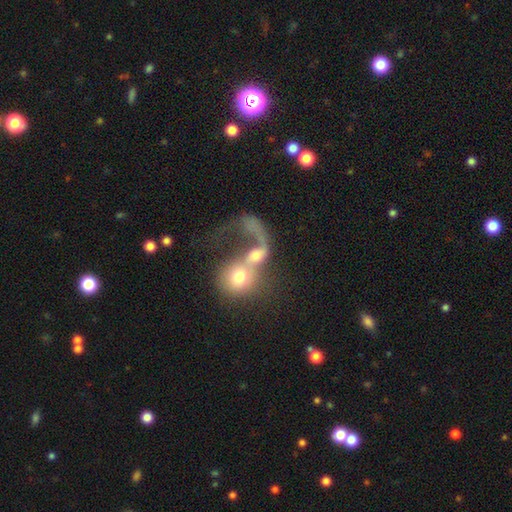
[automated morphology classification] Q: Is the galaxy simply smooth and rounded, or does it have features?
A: smooth — 46%.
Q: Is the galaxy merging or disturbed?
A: merger — 73%.